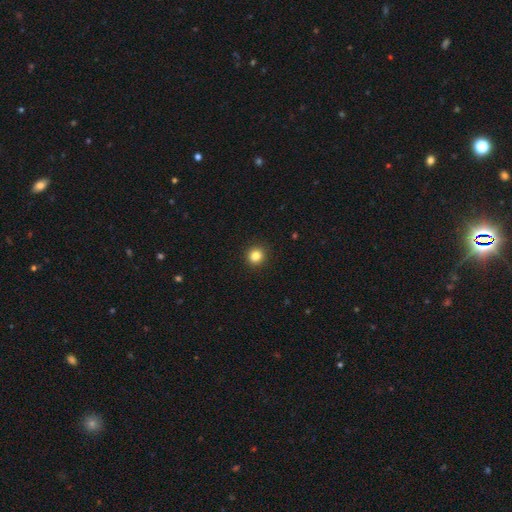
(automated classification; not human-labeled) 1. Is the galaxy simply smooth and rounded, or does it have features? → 84% smooth, 12% star or artifact, 4% featured or disk.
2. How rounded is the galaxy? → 91% round, 8% in between, 1% cigar-shaped.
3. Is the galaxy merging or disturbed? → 92% none, 5% minor disturbance, 2% major disturbance, 1% merger.